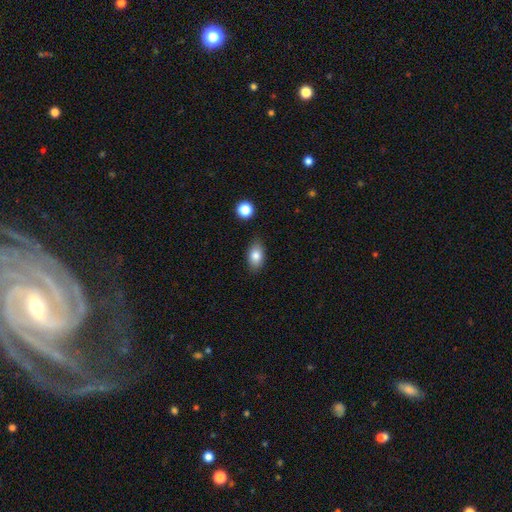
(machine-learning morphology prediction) A smooth galaxy with no disk features (82%) that is in between round and cigar-shaped (87%). Merging: none (83%).